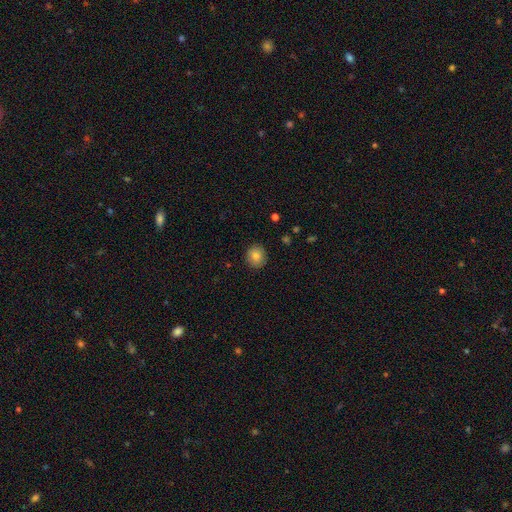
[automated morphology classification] This is clearly a smooth galaxy (81%). How rounded: clearly round (83%). Merging: clearly none (89%).